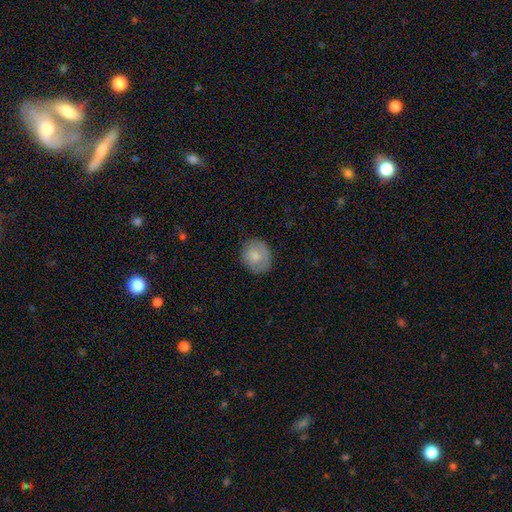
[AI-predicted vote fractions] A smooth galaxy with no disk features (77%) that is round (67%).

Vote fractions:
- Smooth or featured? smooth: 77% / featured or disk: 16% / star or artifact: 7%
- How rounded? round: 67% / in between: 32% / cigar-shaped: 1%
- Merging? none: 78% / minor disturbance: 17% / major disturbance: 4% / merger: 1%